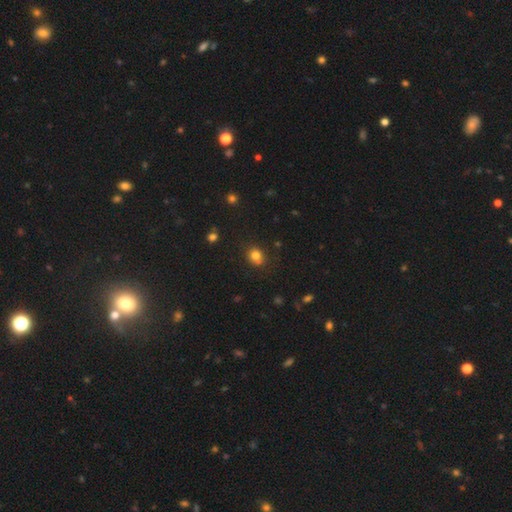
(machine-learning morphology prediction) type=smooth (79%); roundness=round (73%); merging=none (75%).